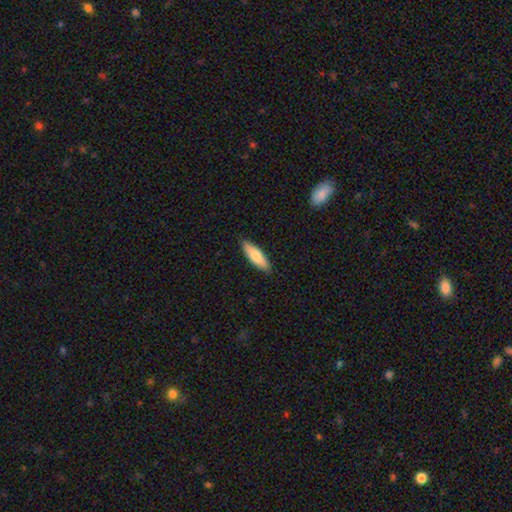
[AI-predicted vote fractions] smooth_or_featured: smooth (p=0.76) [alt: featured or disk p=0.19]
how_rounded: cigar-shaped (p=0.50) [alt: in between p=0.48]
merging: none (p=0.89) [alt: minor disturbance p=0.09]